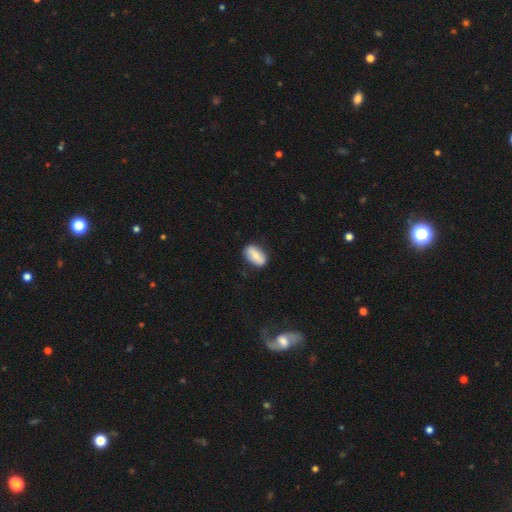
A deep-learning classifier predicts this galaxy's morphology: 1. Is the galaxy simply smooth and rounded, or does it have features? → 60% smooth, 33% featured or disk, 7% star or artifact.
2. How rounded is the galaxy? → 90% in between, 6% round, 3% cigar-shaped.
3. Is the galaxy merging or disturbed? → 81% none, 15% minor disturbance, 3% major disturbance, 1% merger.